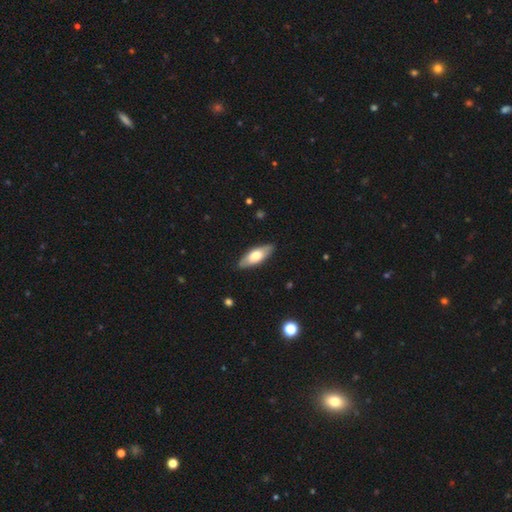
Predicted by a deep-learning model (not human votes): smooth_or_featured: smooth (p=0.60) [alt: featured or disk p=0.35]
how_rounded: in between (p=0.71) [alt: cigar-shaped p=0.27]
merging: none (p=0.86) [alt: minor disturbance p=0.11]